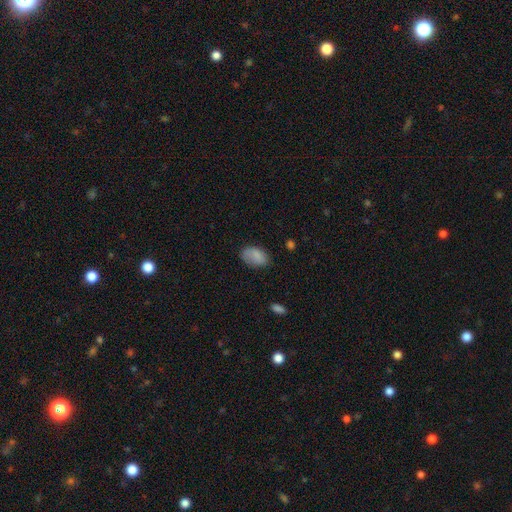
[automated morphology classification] Smooth or featured? smooth (83%)
How rounded? in between (90%)
Merging? none (69%)